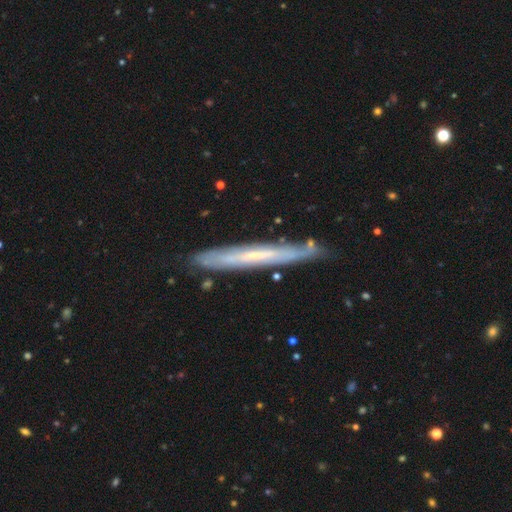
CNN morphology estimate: A featured or disk galaxy (65%) viewed edge-on (82%) with no central bulge (77%). Merging: none (82%).